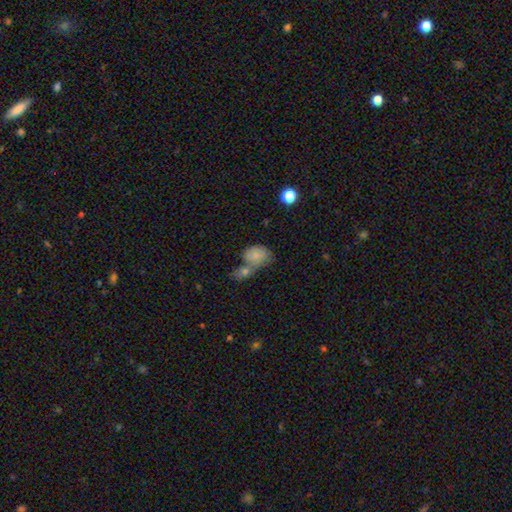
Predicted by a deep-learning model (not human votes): Q: Smooth or featured?
A: smooth (79%); runner-up: featured or disk (13%)
Q: How rounded?
A: in between (71%); runner-up: round (28%)
Q: Merging?
A: merger (60%); runner-up: none (23%)